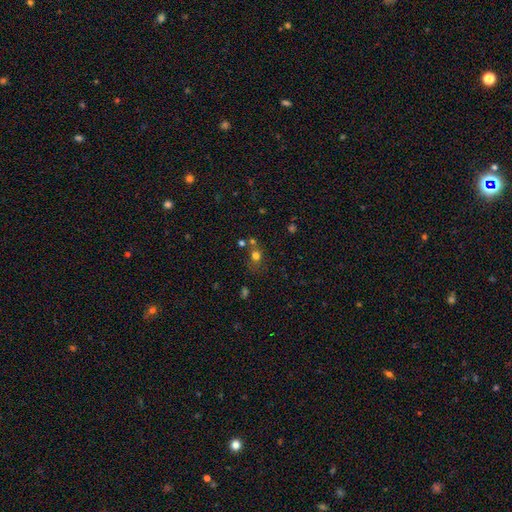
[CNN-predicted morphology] This is likely a smooth galaxy (68%). How rounded: likely round (71%). Merging: possibly none (54%).